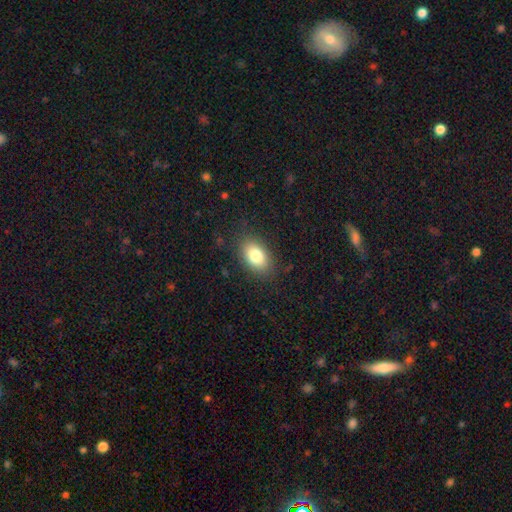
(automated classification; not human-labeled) Smooth or featured? Predicted: smooth (p=0.81). How rounded? Predicted: in between (p=0.87). Merging? Predicted: none (p=0.83).